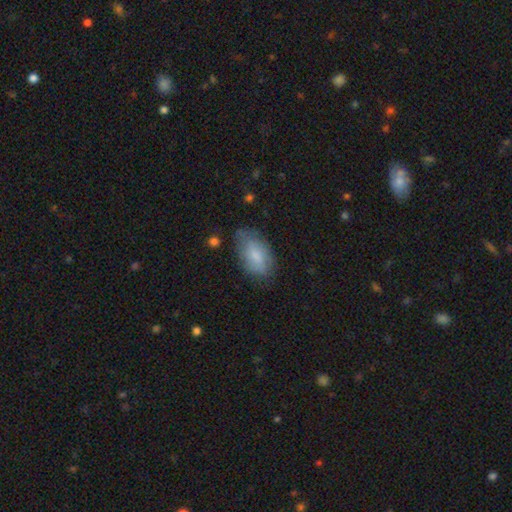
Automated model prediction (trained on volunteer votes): Smooth or featured? smooth (76%)
How rounded? in between (93%)
Merging? none (63%)